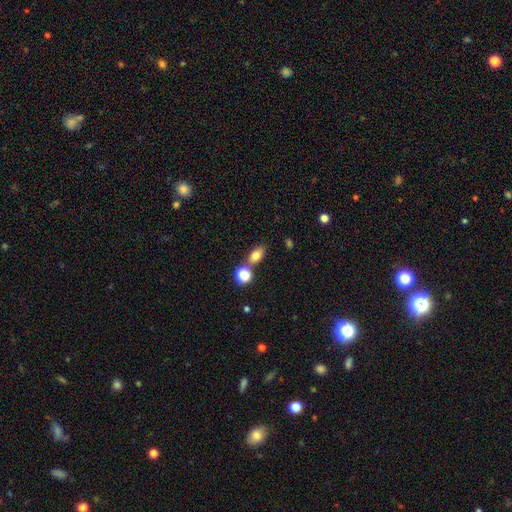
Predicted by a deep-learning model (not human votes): This appears to be a smooth galaxy with no disk features (76%) that is in between round and cigar-shaped (77%). Merging: none (64%).